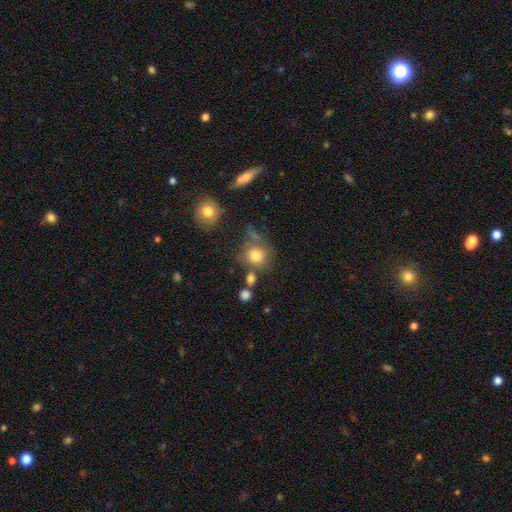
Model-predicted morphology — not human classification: Smooth or featured? smooth (77%)
How rounded? round (86%)
Merging? none (61%)